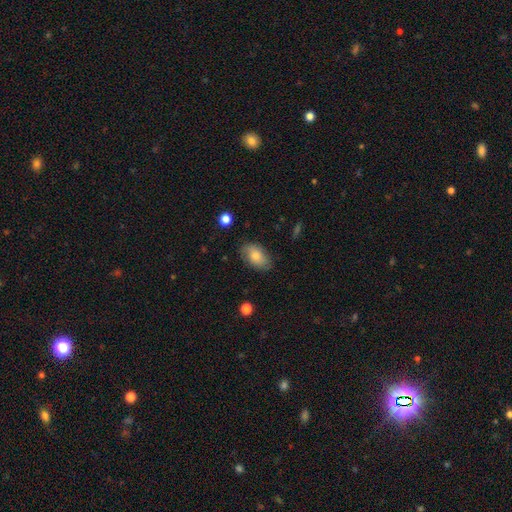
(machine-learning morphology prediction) type=smooth (78%); roundness=in between (91%); merging=none (79%).